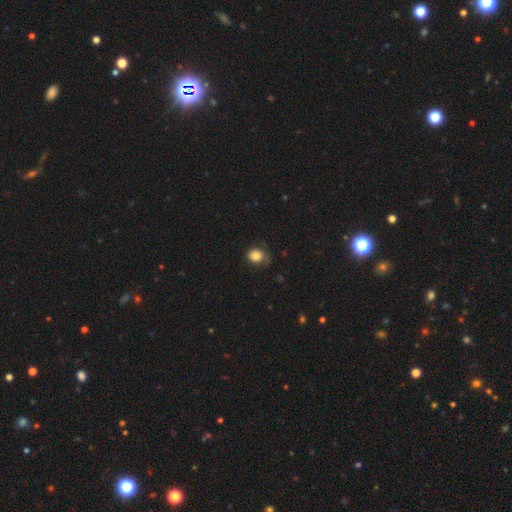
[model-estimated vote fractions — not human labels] Morphology: type=smooth (84%); roundness=round (62%); merging=none (62%).